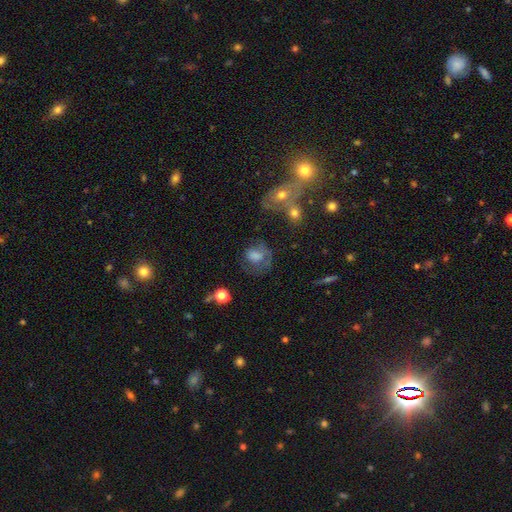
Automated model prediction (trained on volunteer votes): This is possibly a smooth galaxy (58%). How rounded: possibly round (59%). Merging: marginally none (40%).